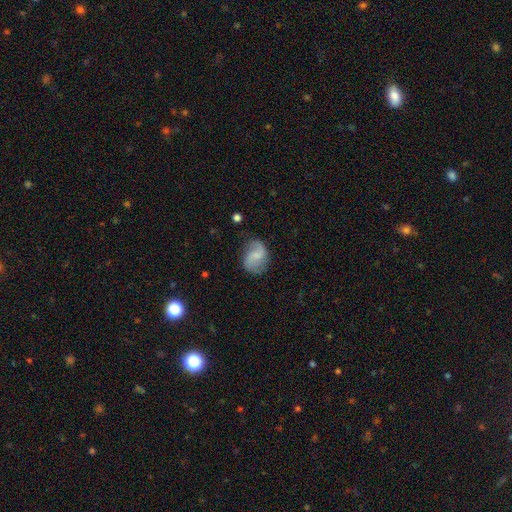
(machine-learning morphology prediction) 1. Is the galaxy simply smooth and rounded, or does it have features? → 63% featured or disk, 29% smooth, 7% star or artifact.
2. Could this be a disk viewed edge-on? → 98% no, 2% yes.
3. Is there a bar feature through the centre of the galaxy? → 49% weak, 39% no, 12% strong.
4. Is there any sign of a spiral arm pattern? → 92% yes, 8% no.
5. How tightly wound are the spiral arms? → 50% loose, 38% medium, 12% tight.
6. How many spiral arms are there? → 84% 2, 7% 1, 6% can't tell, 1% 3, 1% 4, 1% more than 4.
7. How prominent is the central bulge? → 39% none, 35% small, 22% moderate, 4% large, 1% dominant.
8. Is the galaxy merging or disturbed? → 67% none, 22% minor disturbance, 9% major disturbance, 2% merger.